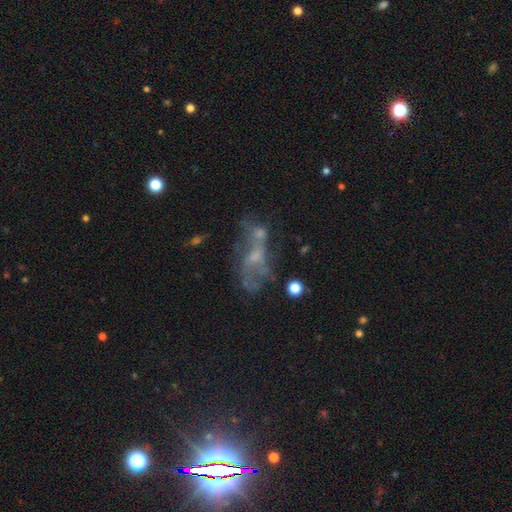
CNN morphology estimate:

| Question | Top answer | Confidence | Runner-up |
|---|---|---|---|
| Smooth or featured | featured or disk | 57% | smooth (23%) |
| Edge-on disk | no | 94% | yes (6%) |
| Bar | no | 69% | weak (25%) |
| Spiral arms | no | 62% | yes (38%) |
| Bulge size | small | 45% | none (31%) |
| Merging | none | 31% | major disturbance (28%) |